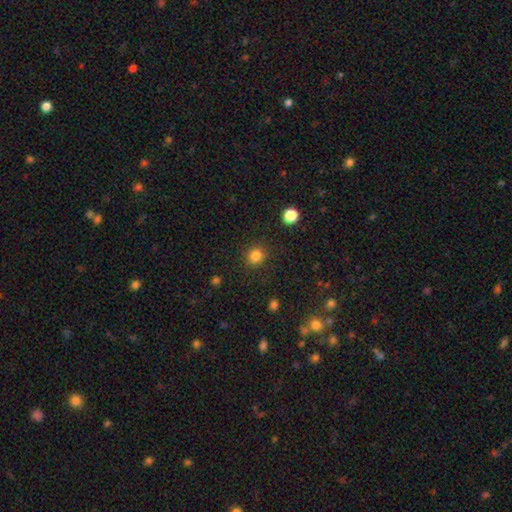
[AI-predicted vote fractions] smooth-or-featured: smooth: 83% | star or artifact: 12% | featured or disk: 4%
  how-rounded: round: 89% | in between: 10% | cigar-shaped: 1%
  merging: none: 90% | minor disturbance: 7% | major disturbance: 2% | merger: 1%